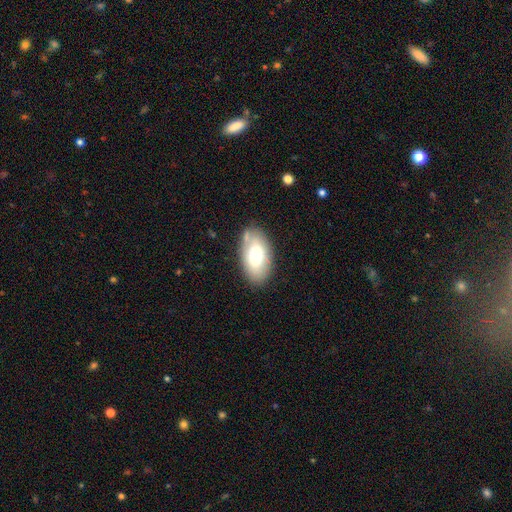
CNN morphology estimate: Smooth or featured: smooth — 70% (featured or disk — 23%)
How rounded: in between — 93% (round — 5%)
Merging: none — 76% (minor disturbance — 16%)